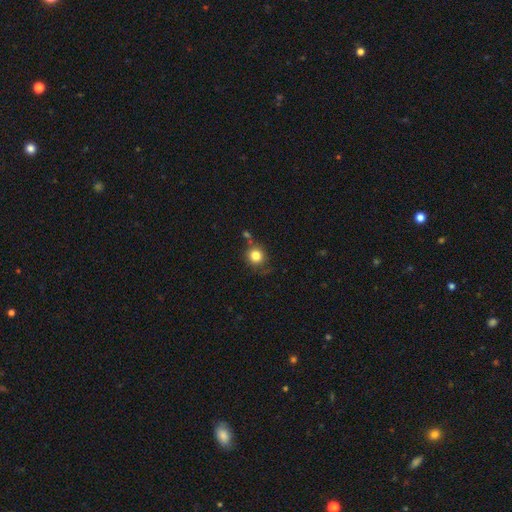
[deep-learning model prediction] Overall: smooth (82%). How rounded: round (89%). Merging: none (72%).